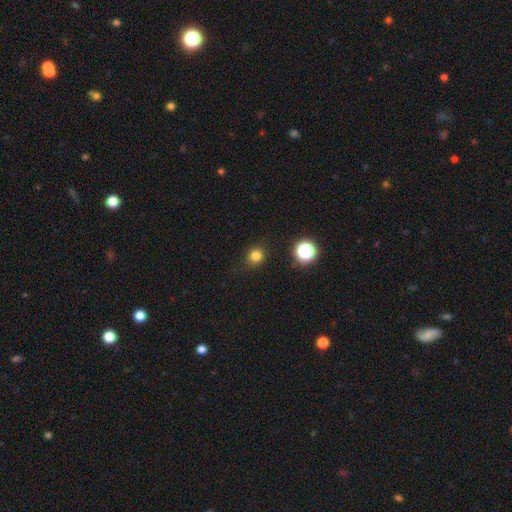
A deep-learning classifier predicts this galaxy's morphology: smooth-or-featured: smooth: 80% | star or artifact: 16% | featured or disk: 5%
  how-rounded: round: 86% | in between: 13% | cigar-shaped: 1%
  merging: none: 88% | minor disturbance: 8% | major disturbance: 3% | merger: 1%